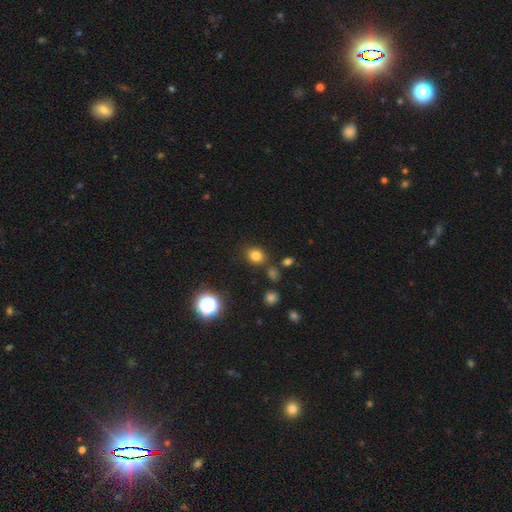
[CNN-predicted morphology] Overall: smooth (77%). How rounded: round (68%; in between 31%). Merging: none (80%).